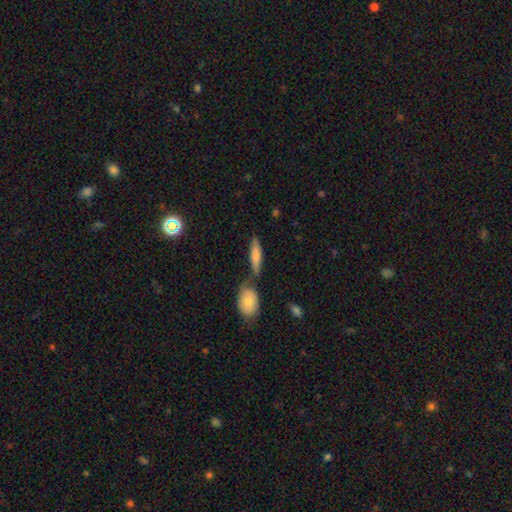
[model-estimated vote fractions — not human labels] This is likely a smooth galaxy (74%). How rounded: likely cigar-shaped (61%). Merging: possibly none (57%).